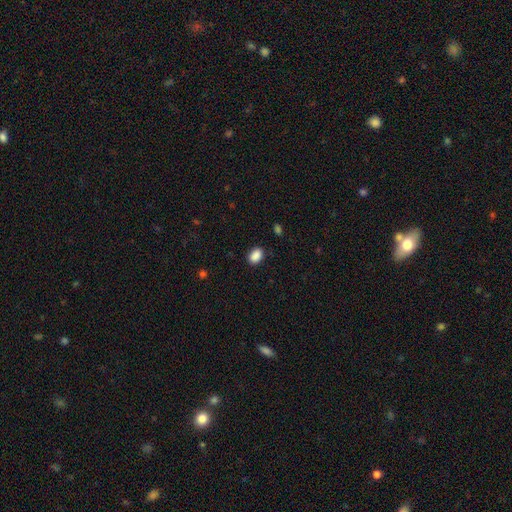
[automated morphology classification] smooth-or-featured: smooth: 89% | star or artifact: 8% | featured or disk: 3%
  how-rounded: in between: 77% | round: 22% | cigar-shaped: 1%
  merging: none: 84% | minor disturbance: 12% | major disturbance: 3% | merger: 1%